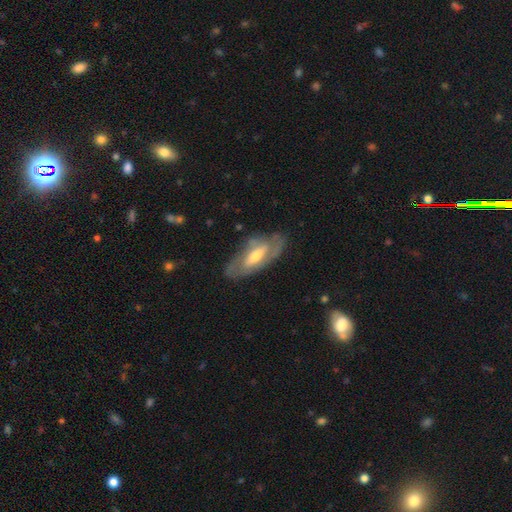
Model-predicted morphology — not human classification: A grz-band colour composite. It shows a featured or disk galaxy (68%) with a weak bar (39%), spiral arms (68%) and a moderate central bulge (59%). Merging: none (70%).